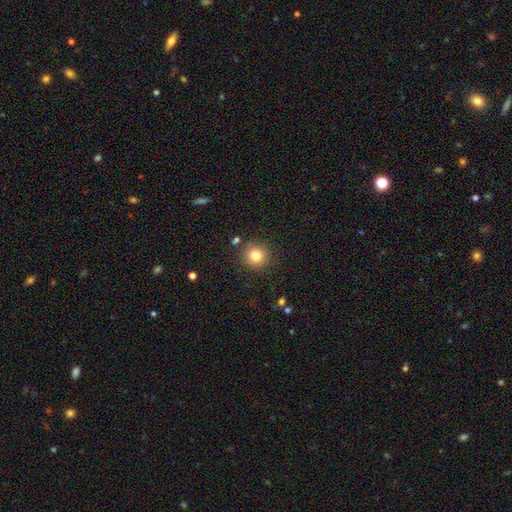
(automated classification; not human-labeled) Smooth or featured: smooth — 81% (star or artifact — 12%)
How rounded: round — 93% (in between — 6%)
Merging: none — 85% (minor disturbance — 8%)